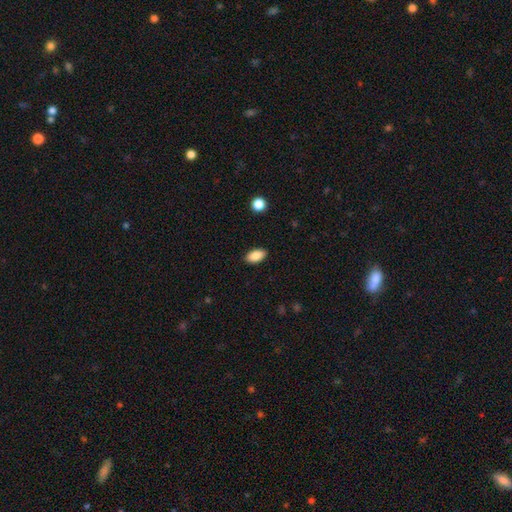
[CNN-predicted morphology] Smooth or featured? Predicted: smooth (p=0.88). How rounded? Predicted: in between (p=0.93). Merging? Predicted: none (p=0.89).